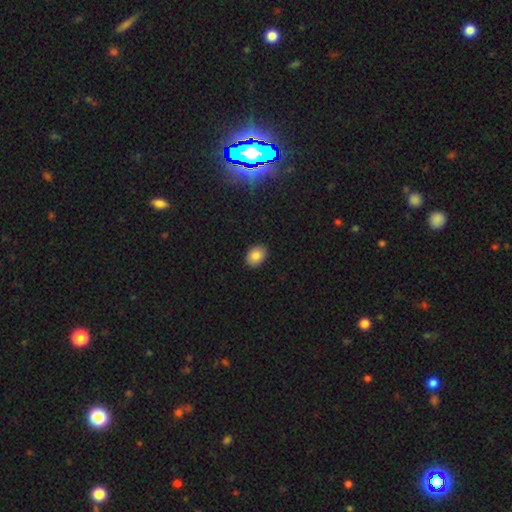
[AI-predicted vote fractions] The model was most divided on "how rounded": in between: 72%, round: 27%, cigar-shaped: 1%. More confident: merging — none (90%); smooth or featured — smooth (85%).